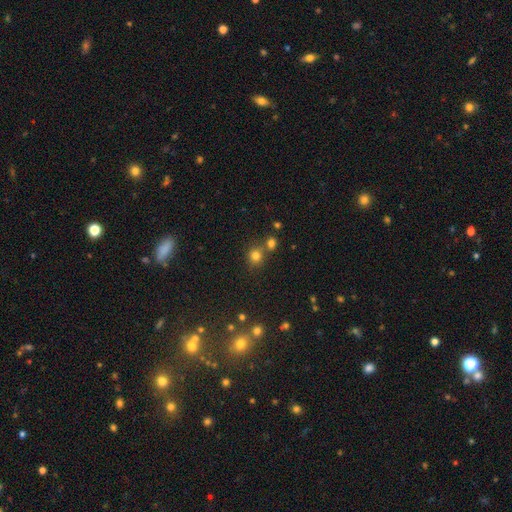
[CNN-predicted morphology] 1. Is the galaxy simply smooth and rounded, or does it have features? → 77% smooth, 17% star or artifact, 6% featured or disk.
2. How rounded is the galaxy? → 86% round, 13% in between, 1% cigar-shaped.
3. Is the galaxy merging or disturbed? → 65% none, 24% merger, 8% minor disturbance, 3% major disturbance.